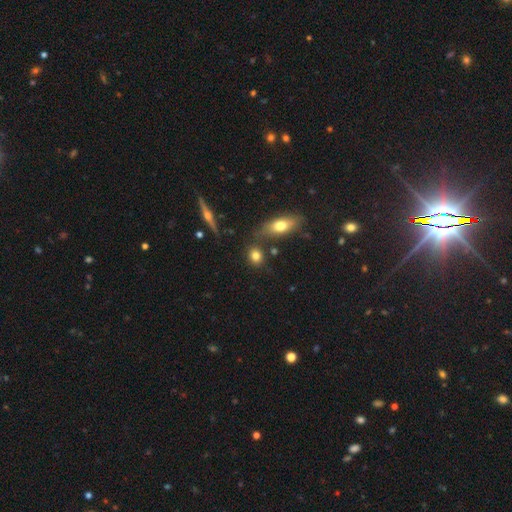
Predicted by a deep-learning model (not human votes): This appears to be a smooth galaxy with no disk features (79%) that is round (65%). Merging: none (75%).